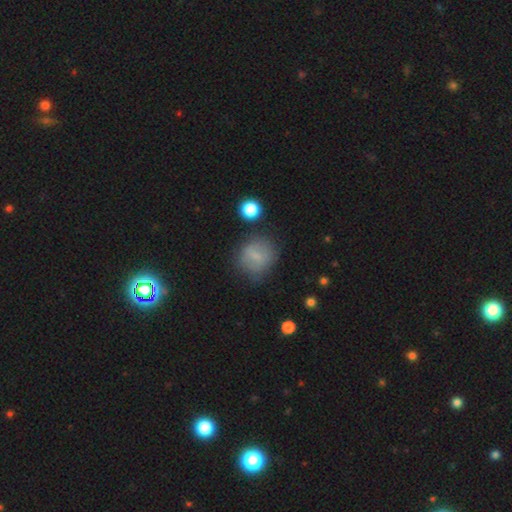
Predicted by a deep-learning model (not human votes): Q: Smooth or featured?
A: smooth (67%); runner-up: featured or disk (23%)
Q: How rounded?
A: round (76%); runner-up: in between (22%)
Q: Merging?
A: none (69%); runner-up: minor disturbance (20%)